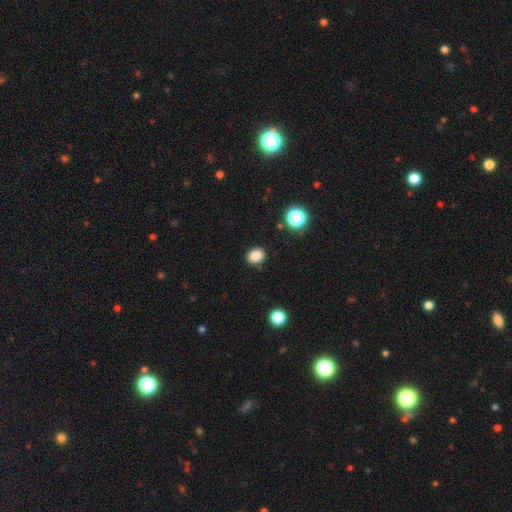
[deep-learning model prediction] Smooth or featured: smooth — 86% (star or artifact — 11%)
How rounded: round — 52% (in between — 47%)
Merging: none — 88% (minor disturbance — 8%)